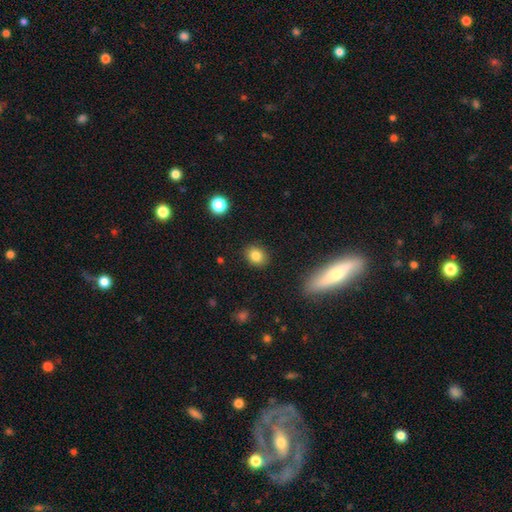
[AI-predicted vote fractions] Morphology: type=smooth (84%); roundness=round (51%); merging=none (88%).